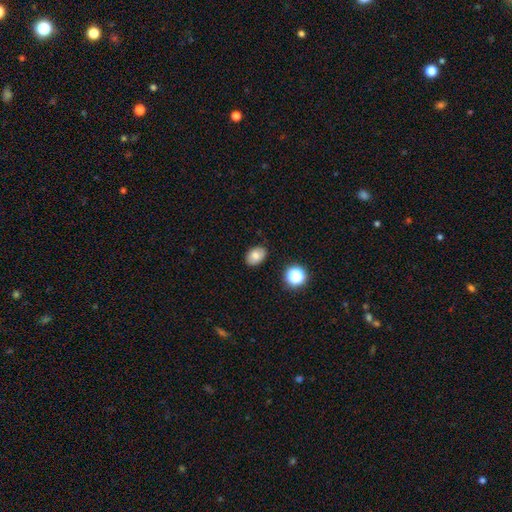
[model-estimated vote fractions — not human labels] Smooth or featured? Predicted: smooth (p=0.79). How rounded? Predicted: in between (p=0.80). Merging? Predicted: none (p=0.85).